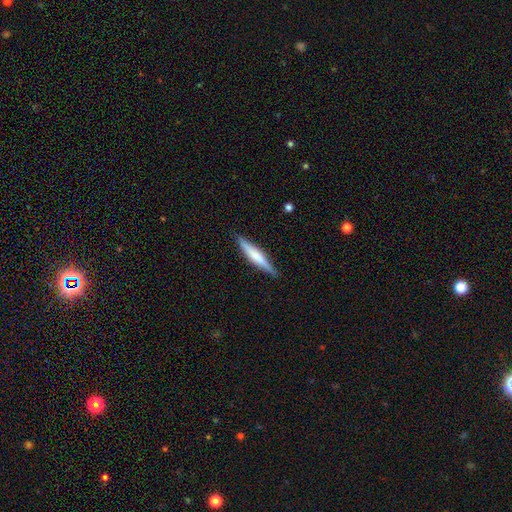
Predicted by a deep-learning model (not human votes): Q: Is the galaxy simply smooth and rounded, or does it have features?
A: smooth — 50%.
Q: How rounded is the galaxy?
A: cigar-shaped — 90%.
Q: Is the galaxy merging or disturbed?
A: none — 88%.